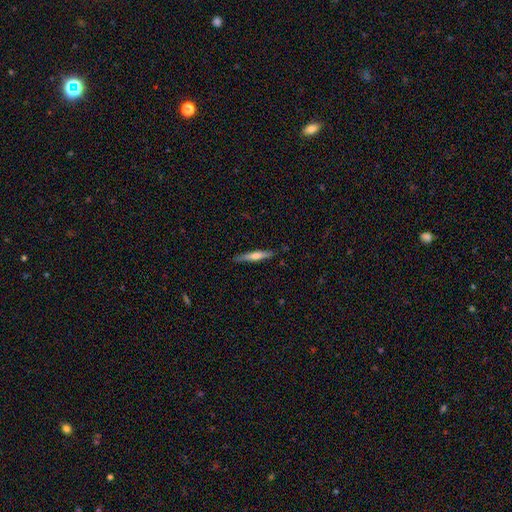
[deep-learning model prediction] Overall: featured or disk (52%; smooth 42%). Edge-on disk: yes (96%). Edge-on bulge: rounded (80%). Merging: none (87%).